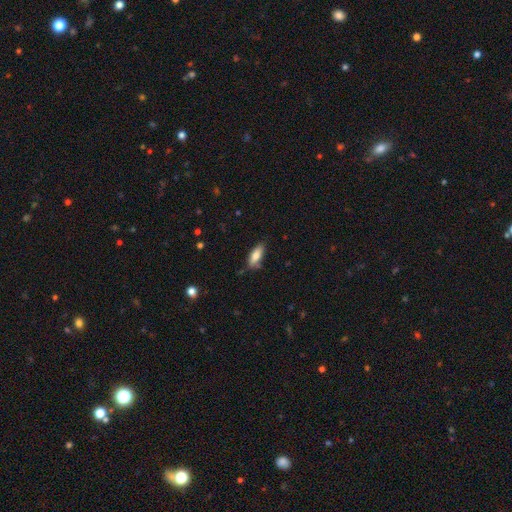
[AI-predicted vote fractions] Q: Smooth or featured?
A: smooth (79%); runner-up: featured or disk (14%)
Q: How rounded?
A: in between (72%); runner-up: cigar-shaped (26%)
Q: Merging?
A: none (73%); runner-up: minor disturbance (20%)